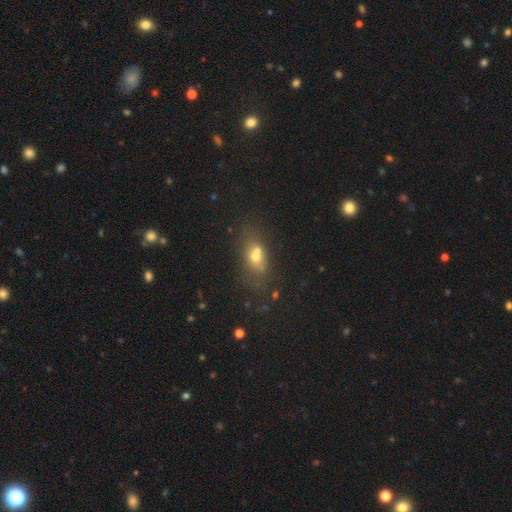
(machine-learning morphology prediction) The model was most divided on "merging": none: 41%, merger: 39%, minor disturbance: 13%, major disturbance: 7%. More confident: how rounded — in between (64%); smooth or featured — smooth (58%).